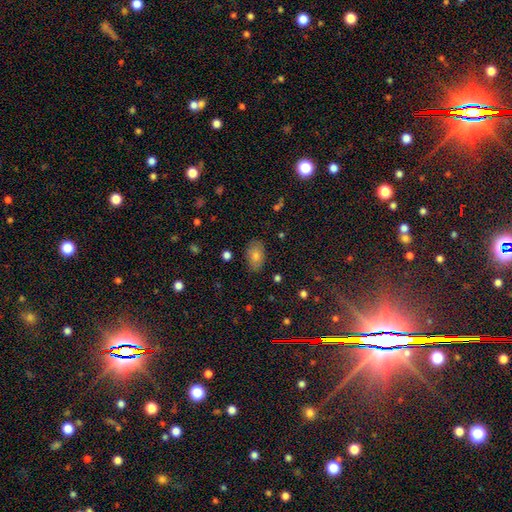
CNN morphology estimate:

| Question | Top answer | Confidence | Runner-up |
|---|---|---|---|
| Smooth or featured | smooth | 80% | featured or disk (12%) |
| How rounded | in between | 91% | round (8%) |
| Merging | none | 83% | minor disturbance (13%) |